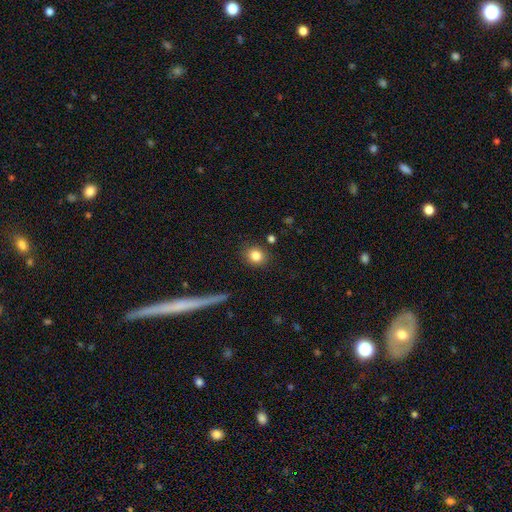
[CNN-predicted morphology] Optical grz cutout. It shows a smooth galaxy with no disk features (84%) that is round (78%). Merging: none (86%).